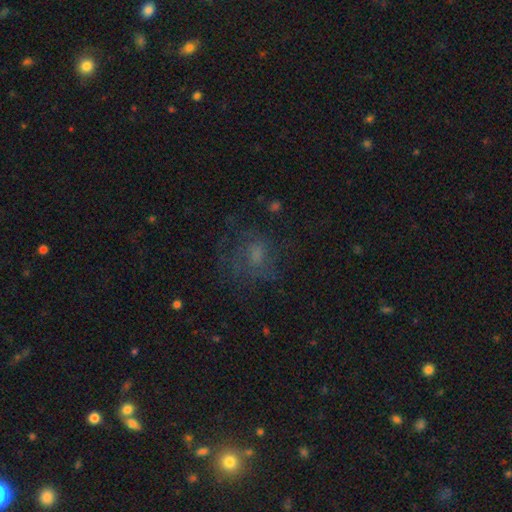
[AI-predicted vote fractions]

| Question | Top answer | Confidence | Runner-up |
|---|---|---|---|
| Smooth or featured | smooth | 41% | featured or disk (36%) |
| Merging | none | 58% | major disturbance (22%) |